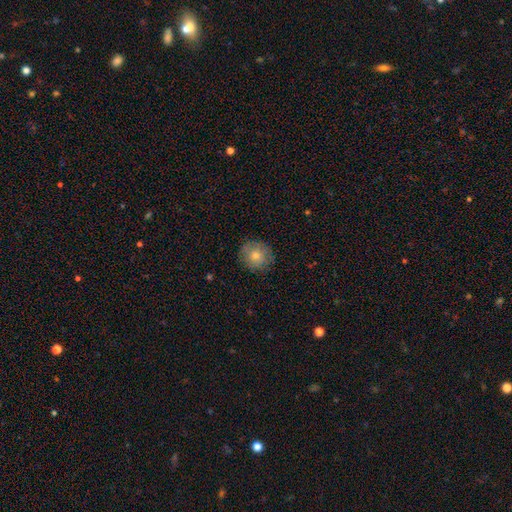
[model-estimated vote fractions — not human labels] Smooth or featured: smooth — 67% (featured or disk — 21%)
How rounded: round — 91% (in between — 8%)
Merging: none — 85% (minor disturbance — 11%)